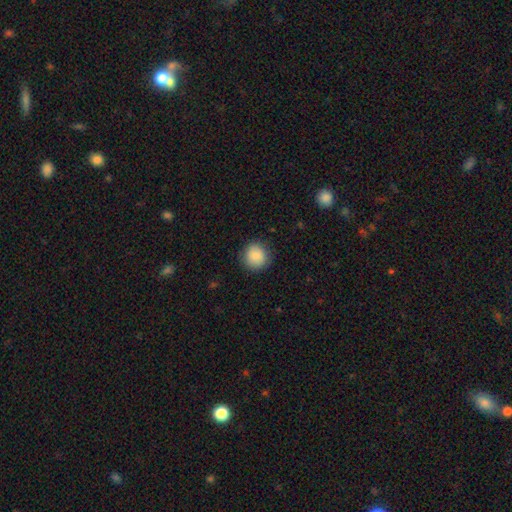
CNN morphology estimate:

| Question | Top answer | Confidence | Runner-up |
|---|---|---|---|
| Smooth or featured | smooth | 88% | star or artifact (8%) |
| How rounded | round | 90% | in between (9%) |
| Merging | none | 87% | minor disturbance (9%) |